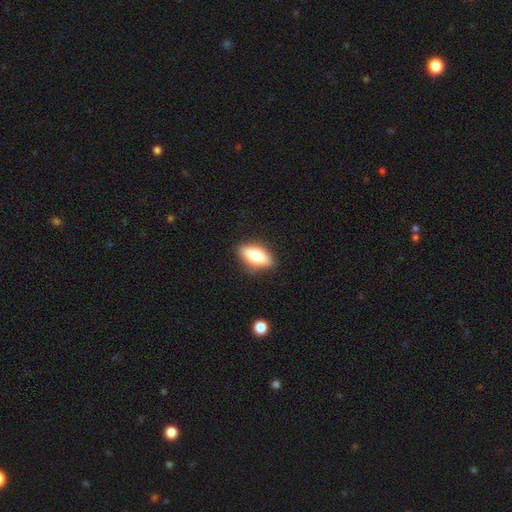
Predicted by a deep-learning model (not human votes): Smooth or featured? smooth (74%)
How rounded? in between (84%)
Merging? none (85%)